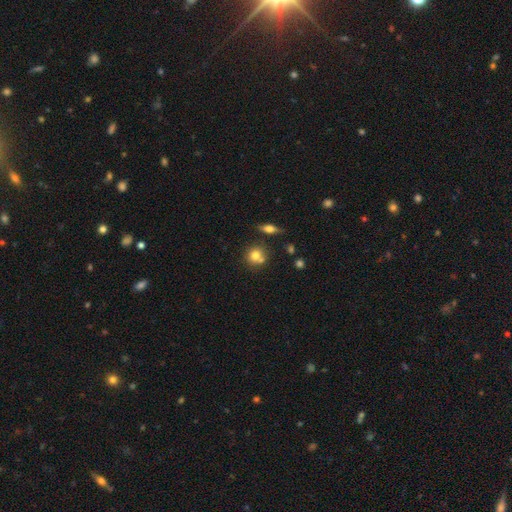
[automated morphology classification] This is likely a smooth galaxy (75%). How rounded: clearly round (85%). Merging: likely none (61%).